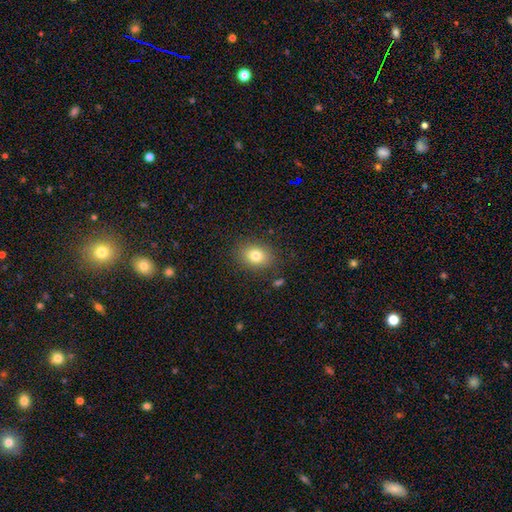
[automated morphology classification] smooth-or-featured: smooth: 80% | star or artifact: 10% | featured or disk: 10%
  how-rounded: in between: 62% | round: 36% | cigar-shaped: 1%
  merging: none: 86% | minor disturbance: 10% | major disturbance: 3% | merger: 2%